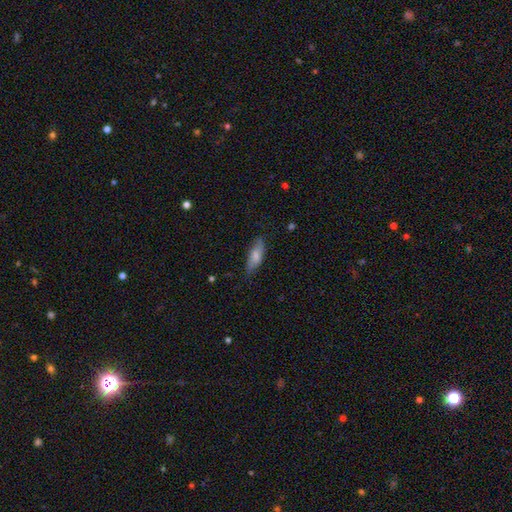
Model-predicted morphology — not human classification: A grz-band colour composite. It shows a smooth galaxy with no disk features (71%) that is in between round and cigar-shaped (60%). Merging: none (74%).